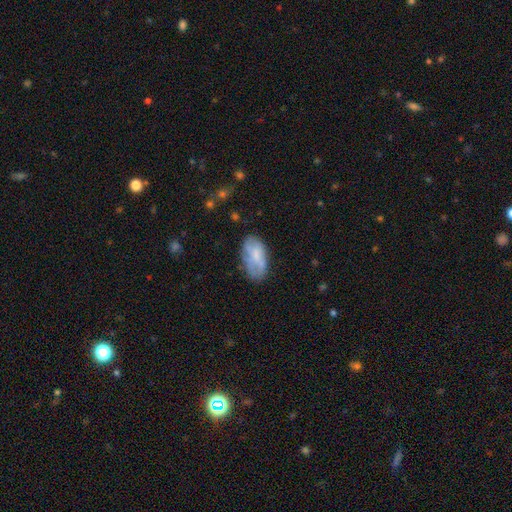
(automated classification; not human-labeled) Morphology: type=smooth (60%); roundness=in between (94%); merging=none (56%).